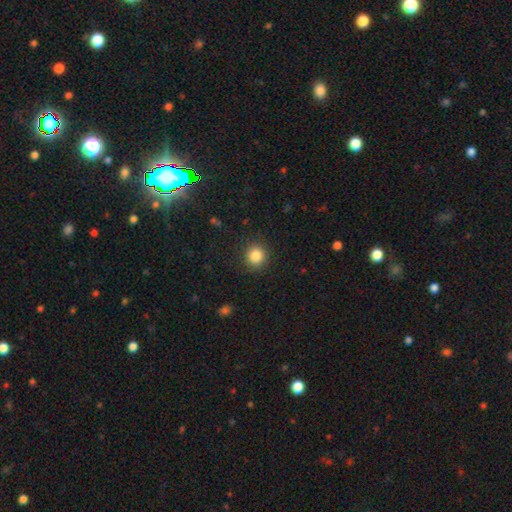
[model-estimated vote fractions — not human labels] Morphology: type=smooth (85%); roundness=round (89%); merging=none (89%).